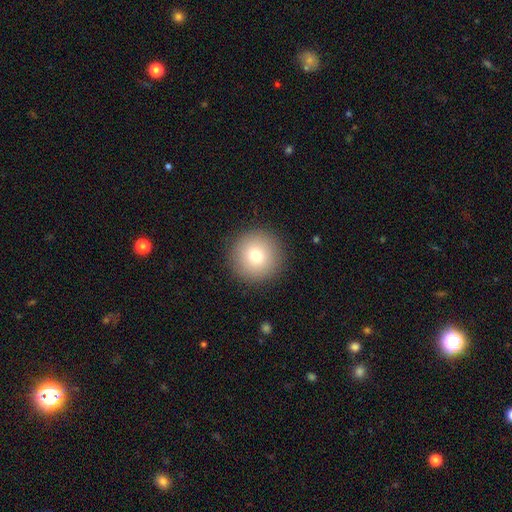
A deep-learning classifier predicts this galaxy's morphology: smooth-or-featured: smooth: 76% | featured or disk: 12% | star or artifact: 11%
  how-rounded: round: 96% | in between: 3% | cigar-shaped: 1%
  merging: none: 91% | minor disturbance: 5% | major disturbance: 2% | merger: 1%